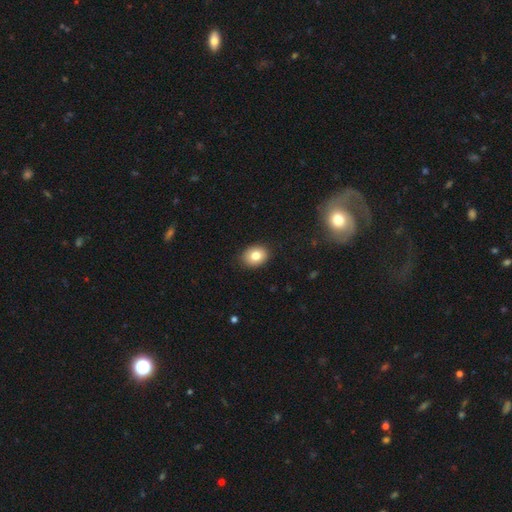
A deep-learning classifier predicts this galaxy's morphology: smooth 81%, featured or disk 10%, star or artifact 10%. Down the decision tree: how rounded — in between (50%); merging — none (88%).